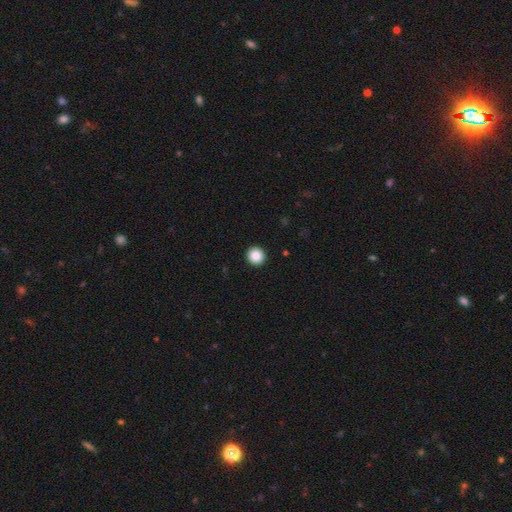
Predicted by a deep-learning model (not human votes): Smooth or featured? smooth (87%)
How rounded? round (95%)
Merging? none (94%)